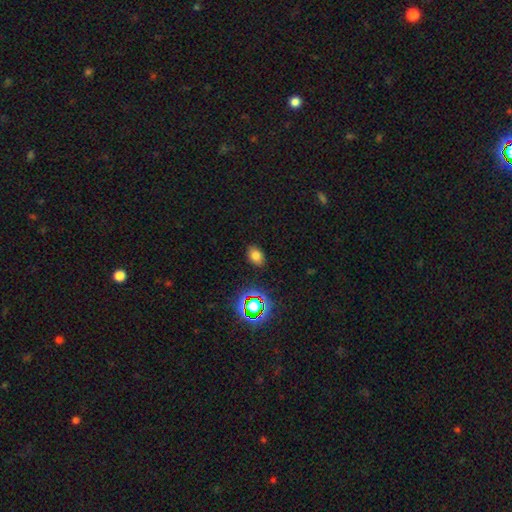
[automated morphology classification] The model was most divided on "smooth or featured": smooth: 73%, star or artifact: 19%, featured or disk: 8%. More confident: merging — none (86%); how rounded — in between (79%).